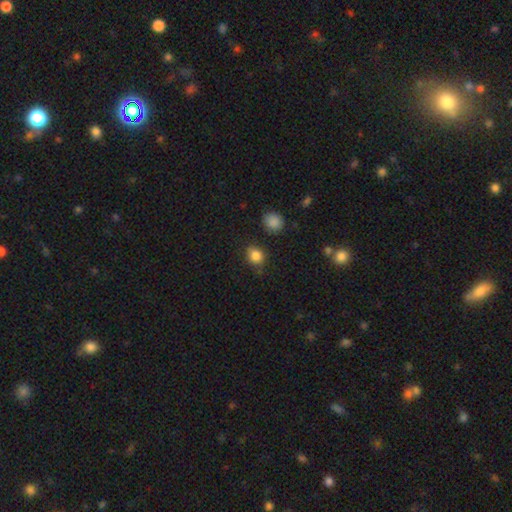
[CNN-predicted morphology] smooth_or_featured: smooth (p=0.84) [alt: star or artifact p=0.11]
how_rounded: round (p=0.67) [alt: in between p=0.32]
merging: none (p=0.78) [alt: minor disturbance p=0.15]